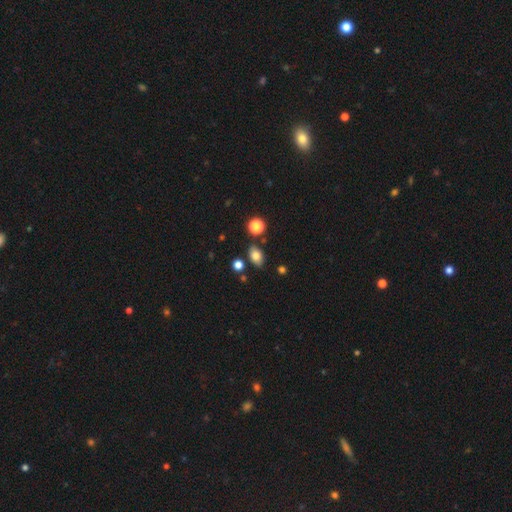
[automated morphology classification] This is likely a smooth galaxy (80%). How rounded: clearly in between (81%). Merging: clearly none (81%).